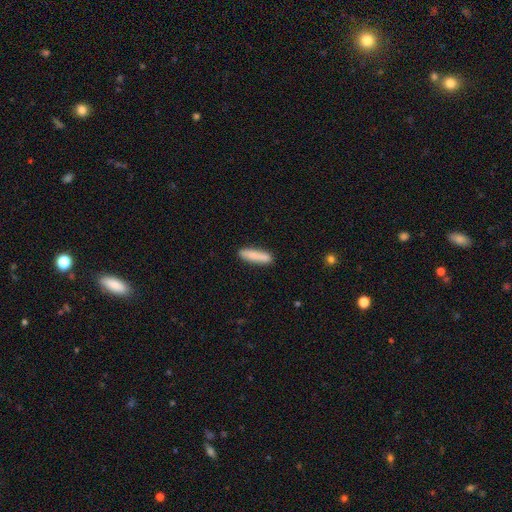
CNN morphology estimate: The model was most divided on "how rounded": cigar-shaped: 77%, in between: 21%, round: 2%. More confident: merging — none (85%); smooth or featured — smooth (85%).